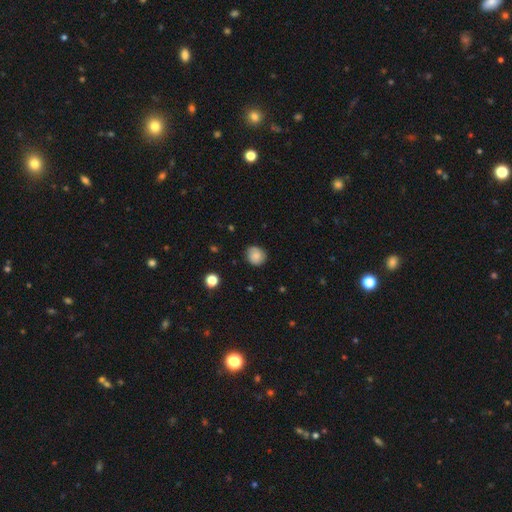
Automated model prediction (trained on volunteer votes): This appears to be a smooth galaxy with no disk features (83%) that is round (82%). Merging: none (81%).